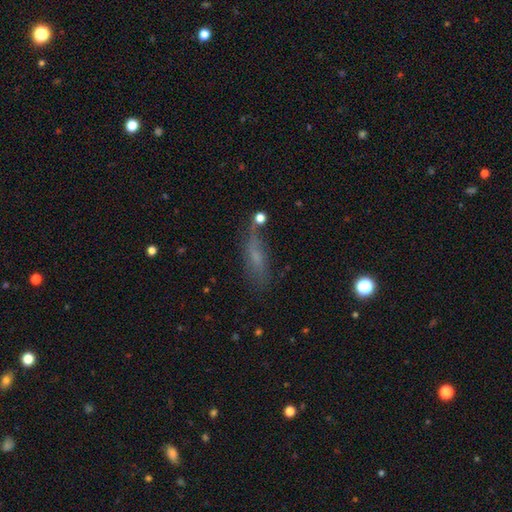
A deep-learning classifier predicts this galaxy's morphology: Smooth or featured? smooth (55%)
How rounded? cigar-shaped (48%)
Merging? none (61%)